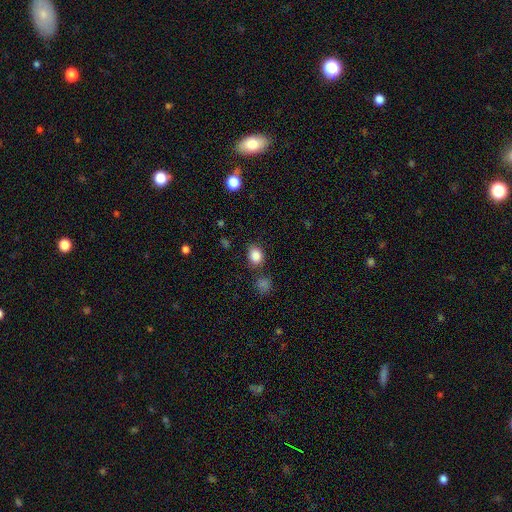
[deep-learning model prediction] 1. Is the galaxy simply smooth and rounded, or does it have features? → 85% smooth, 10% star or artifact, 4% featured or disk.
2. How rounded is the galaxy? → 55% in between, 43% round, 1% cigar-shaped.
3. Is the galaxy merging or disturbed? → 75% none, 14% minor disturbance, 7% merger, 4% major disturbance.